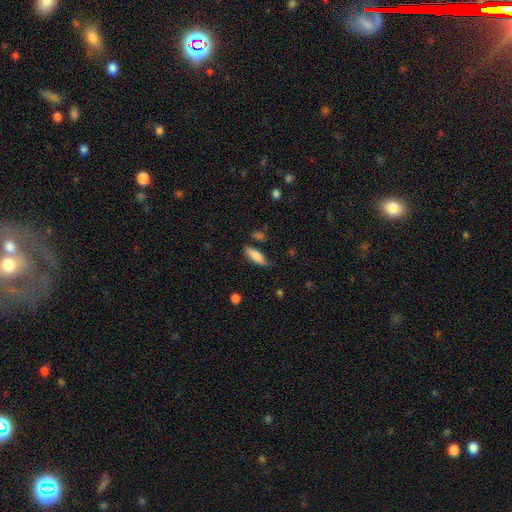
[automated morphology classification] type=smooth (84%); roundness=in between (58%); merging=none (67%).